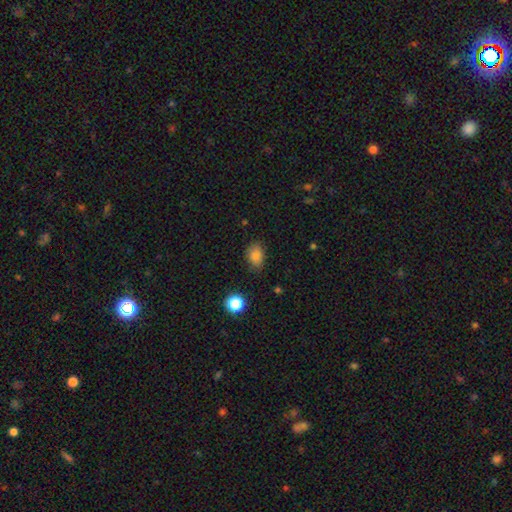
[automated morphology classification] smooth-or-featured: smooth: 82% | star or artifact: 12% | featured or disk: 6%
  how-rounded: in between: 78% | round: 21% | cigar-shaped: 1%
  merging: none: 77% | minor disturbance: 18% | major disturbance: 4% | merger: 2%